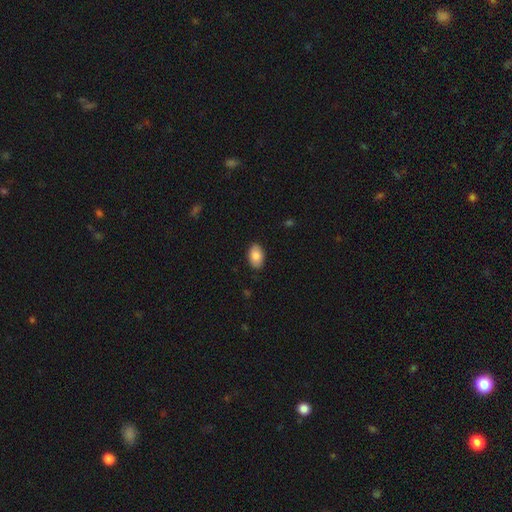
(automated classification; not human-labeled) Smooth or featured: smooth — 85% (featured or disk — 9%)
How rounded: in between — 91% (round — 8%)
Merging: none — 88% (minor disturbance — 9%)